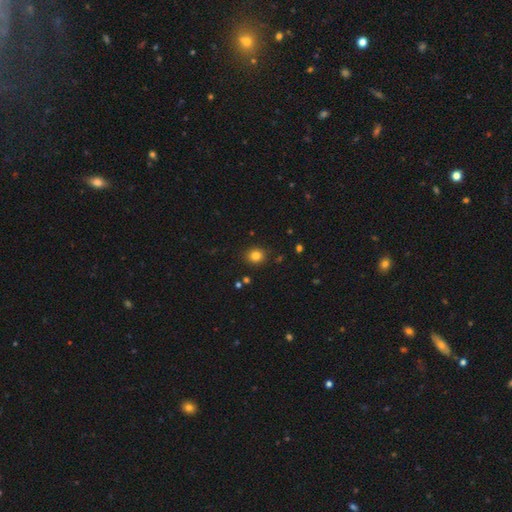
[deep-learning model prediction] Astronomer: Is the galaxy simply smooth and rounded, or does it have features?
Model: smooth — 82%.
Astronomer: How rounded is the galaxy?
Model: round — 80%.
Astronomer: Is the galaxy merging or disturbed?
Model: none — 88%.